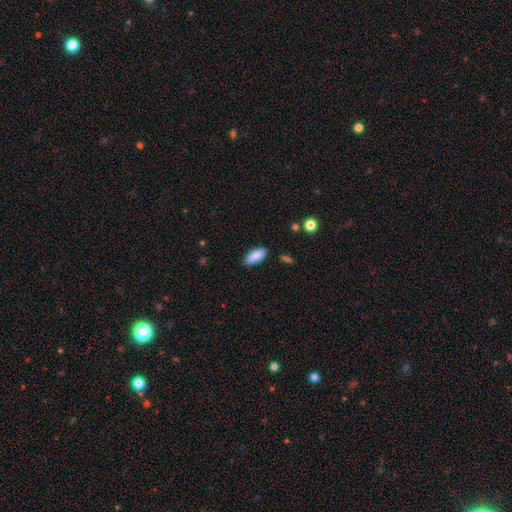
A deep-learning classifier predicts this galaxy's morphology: Smooth or featured? smooth (88%)
How rounded? in between (83%)
Merging? none (86%)